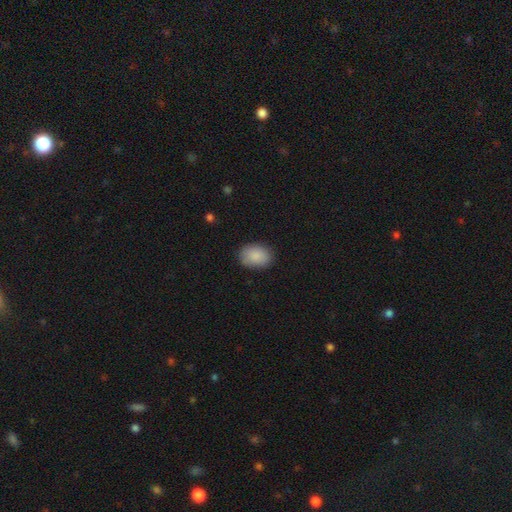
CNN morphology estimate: Smooth or featured?
  - smooth: 89% *
  - star or artifact: 7%
  - featured or disk: 4%
How rounded?
  - in between: 73% *
  - round: 26%
  - cigar-shaped: 1%
Merging?
  - none: 85% *
  - minor disturbance: 11%
  - major disturbance: 3%
  - merger: 1%